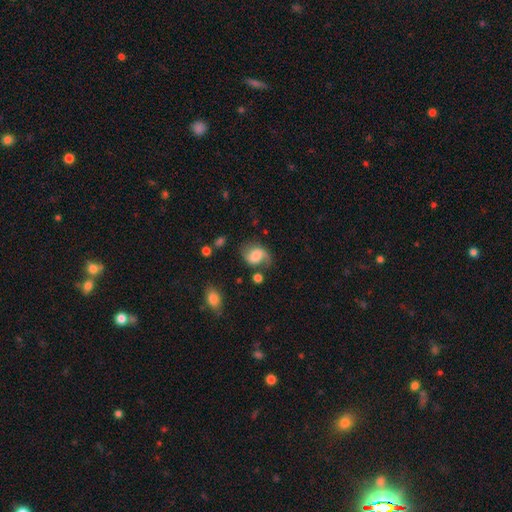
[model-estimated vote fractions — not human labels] A featured or disk galaxy (54%) with a weak bar (43%), spiral arms (89%) and a moderate central bulge (29%).

Vote fractions:
- Smooth or featured? featured or disk: 54% / smooth: 36% / star or artifact: 9%
- Edge-on disk? no: 97% / yes: 3%
- Bar? weak: 43% / no: 42% / strong: 15%
- Spiral arms? yes: 89% / no: 11%
- Bulge size? moderate: 29% / large: 28% / none: 20% / small: 17% / dominant: 6%
- Merging? none: 55% / minor disturbance: 25% / major disturbance: 15% / merger: 6%